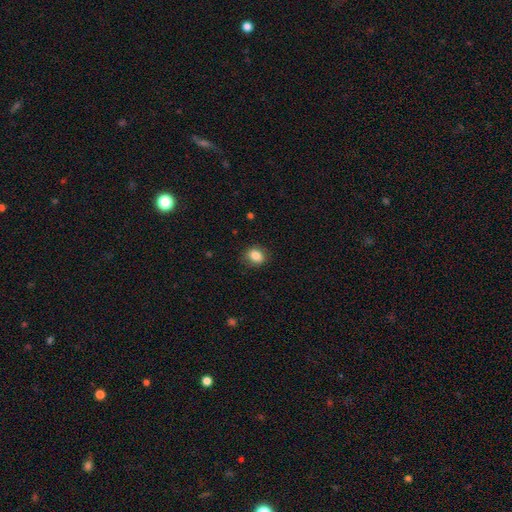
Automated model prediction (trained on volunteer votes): This appears to be a smooth galaxy with no disk features (85%) that is in between round and cigar-shaped (50%). Merging: none (83%).